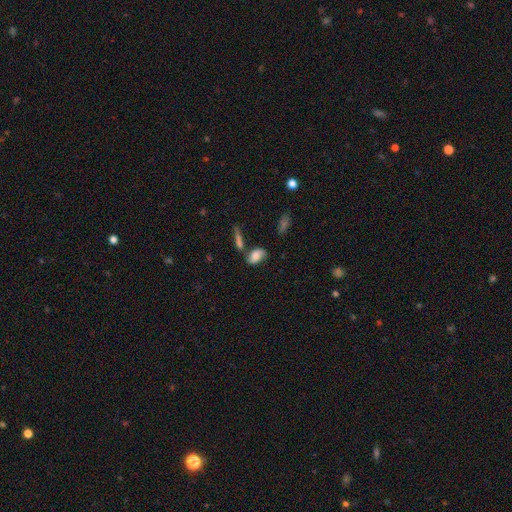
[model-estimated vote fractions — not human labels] A smooth galaxy with no disk features (71%) that is in between round and cigar-shaped (87%). Merging: none (54%).